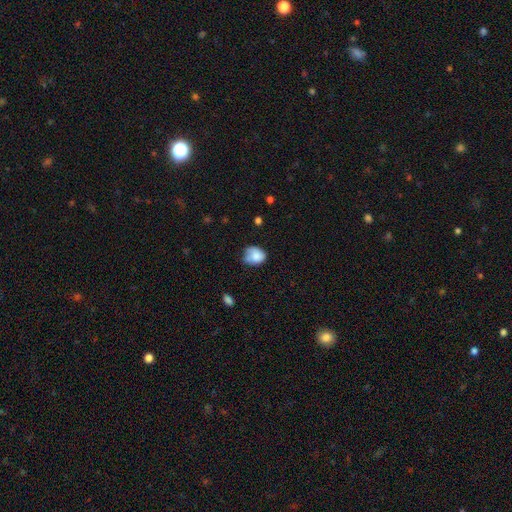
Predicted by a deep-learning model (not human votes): Overall: smooth (78%). How rounded: round (55%; in between 44%). Merging: none (45%; minor disturbance 36%).